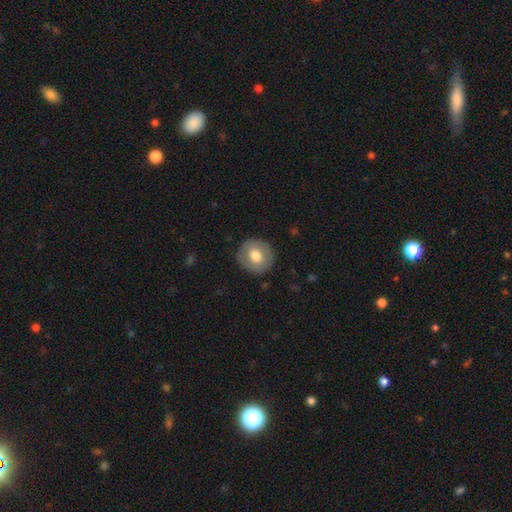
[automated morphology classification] The model was most divided on "smooth or featured": smooth: 69%, featured or disk: 24%, star or artifact: 7%. More confident: merging — none (88%); how rounded — round (86%).